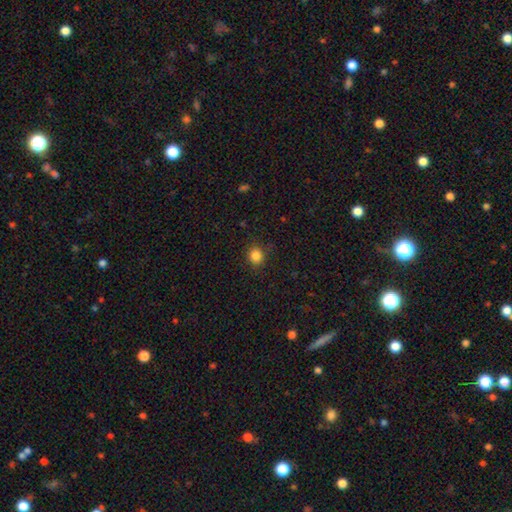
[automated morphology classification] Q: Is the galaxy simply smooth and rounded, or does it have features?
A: smooth — 85%.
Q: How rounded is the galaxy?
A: round — 85%.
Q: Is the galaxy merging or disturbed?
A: none — 87%.